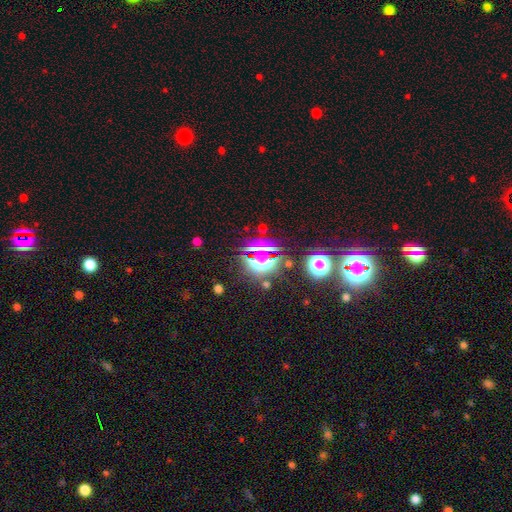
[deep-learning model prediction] smooth-or-featured: star or artifact: 71% | smooth: 19% | featured or disk: 9%